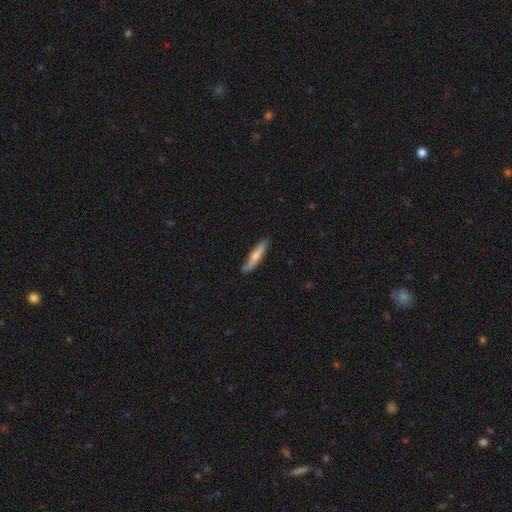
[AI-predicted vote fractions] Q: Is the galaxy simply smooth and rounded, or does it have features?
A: smooth — 62%.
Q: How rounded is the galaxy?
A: cigar-shaped — 87%.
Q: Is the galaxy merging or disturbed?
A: none — 82%.